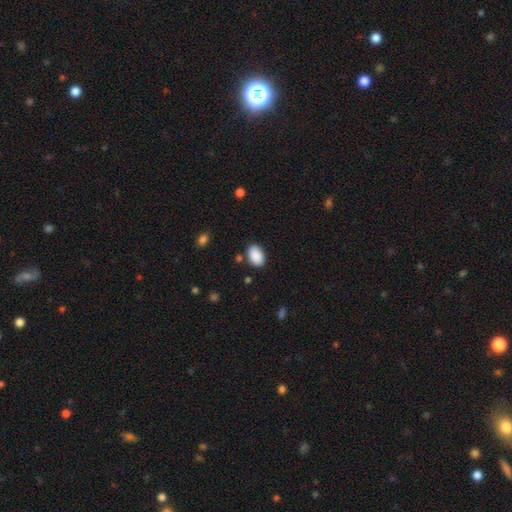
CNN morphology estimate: Smooth or featured? Predicted: smooth (p=0.90). How rounded? Predicted: in between (p=0.90). Merging? Predicted: none (p=0.84).